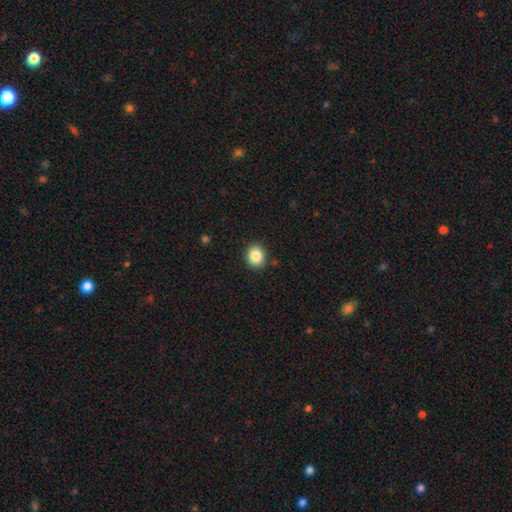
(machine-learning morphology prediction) Smooth or featured? Predicted: smooth (p=0.85). How rounded? Predicted: round (p=0.63). Merging? Predicted: none (p=0.88).